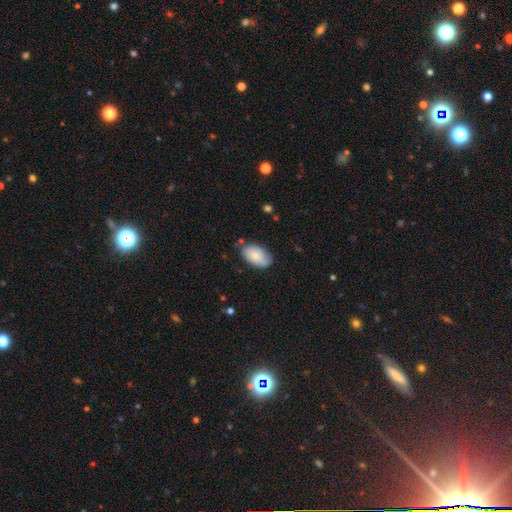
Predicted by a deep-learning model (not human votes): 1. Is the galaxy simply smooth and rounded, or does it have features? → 79% smooth, 15% featured or disk, 6% star or artifact.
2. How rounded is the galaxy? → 94% in between, 4% round, 1% cigar-shaped.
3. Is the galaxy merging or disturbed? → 70% none, 23% minor disturbance, 4% major disturbance, 3% merger.